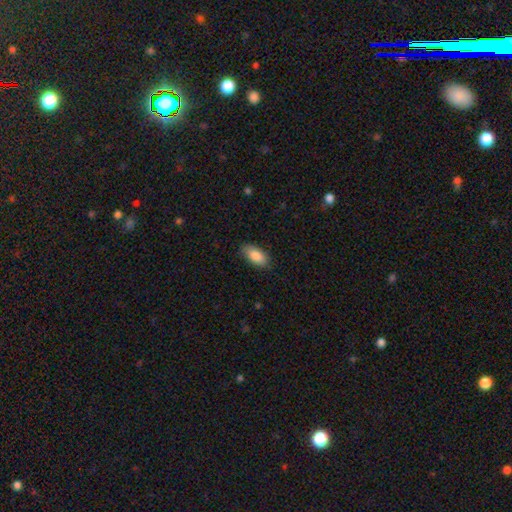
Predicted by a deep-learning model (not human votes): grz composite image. It shows a smooth galaxy with no disk features (87%) that is in between round and cigar-shaped (90%). Merging: none (83%).